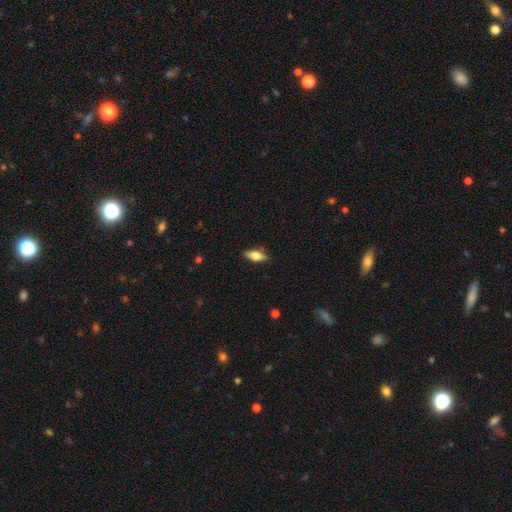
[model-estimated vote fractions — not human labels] Overall: smooth (65%; featured or disk 28%). How rounded: in between (72%). Merging: none (84%).